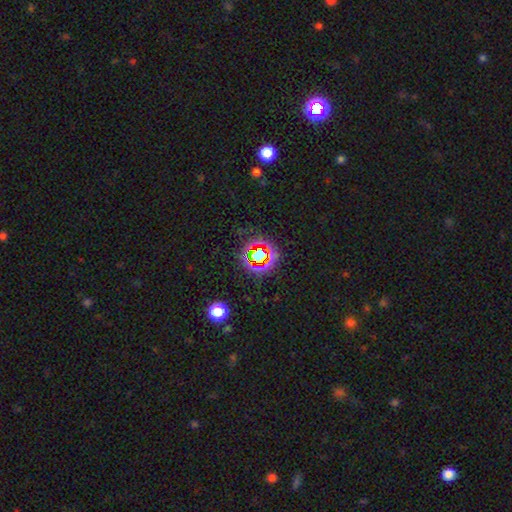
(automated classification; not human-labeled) Morphology: type=star or artifact (73%).